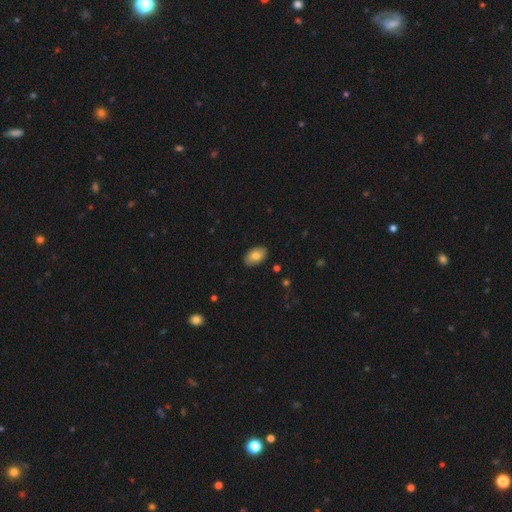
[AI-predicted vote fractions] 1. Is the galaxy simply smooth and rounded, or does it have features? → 77% smooth, 15% featured or disk, 7% star or artifact.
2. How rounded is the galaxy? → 92% in between, 7% round, 1% cigar-shaped.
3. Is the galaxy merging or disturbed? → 88% none, 10% minor disturbance, 2% major disturbance, 1% merger.